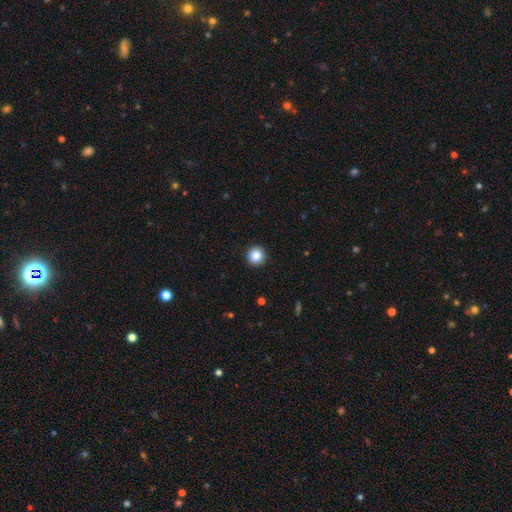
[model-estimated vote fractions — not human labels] Overall: smooth (85%). How rounded: round (94%). Merging: none (93%).